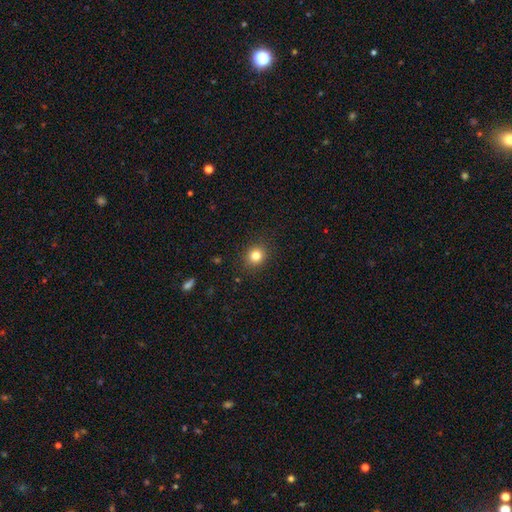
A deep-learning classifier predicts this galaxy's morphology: This appears to be a smooth galaxy with no disk features (81%) that is round (82%). Merging: none (90%).